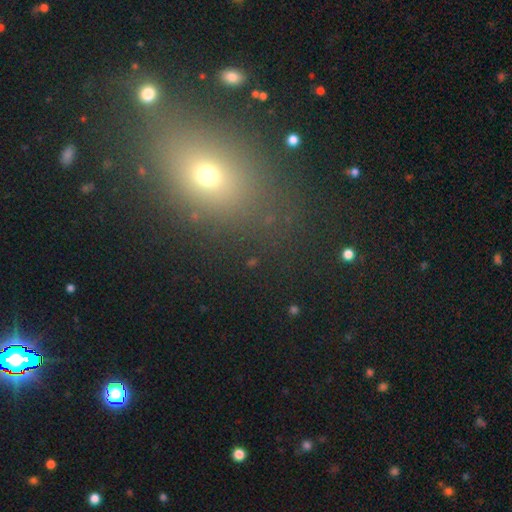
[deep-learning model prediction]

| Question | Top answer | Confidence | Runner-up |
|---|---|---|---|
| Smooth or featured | smooth | 52% | star or artifact (36%) |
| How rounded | in between | 55% | round (41%) |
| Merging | none | 80% | minor disturbance (10%) |